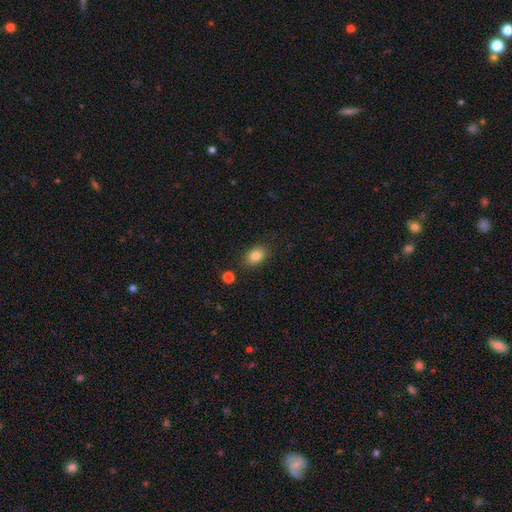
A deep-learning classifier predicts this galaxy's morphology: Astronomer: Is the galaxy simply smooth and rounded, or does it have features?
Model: smooth — 84%.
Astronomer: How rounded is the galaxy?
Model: in between — 80%.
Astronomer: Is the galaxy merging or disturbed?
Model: none — 83%.